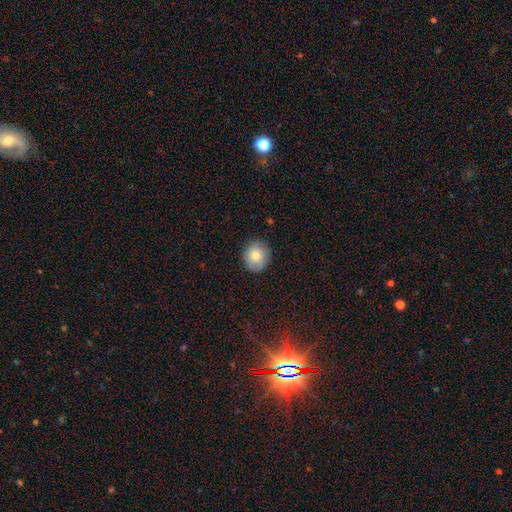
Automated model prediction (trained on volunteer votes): Smooth or featured: smooth — 79% (featured or disk — 13%)
How rounded: round — 83% (in between — 16%)
Merging: none — 87% (minor disturbance — 10%)